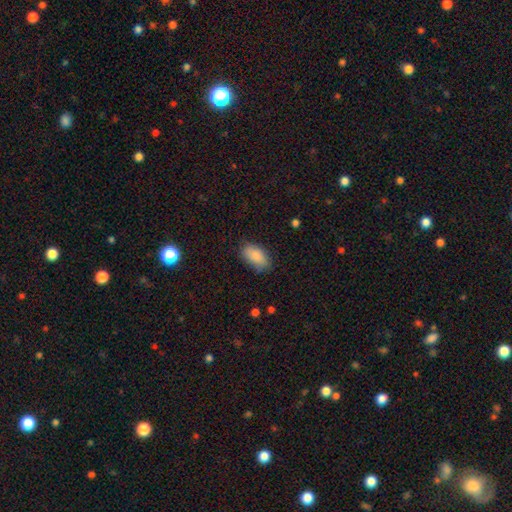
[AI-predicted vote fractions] A smooth galaxy with no disk features (87%) that is in between round and cigar-shaped (93%). Merging: none (77%).